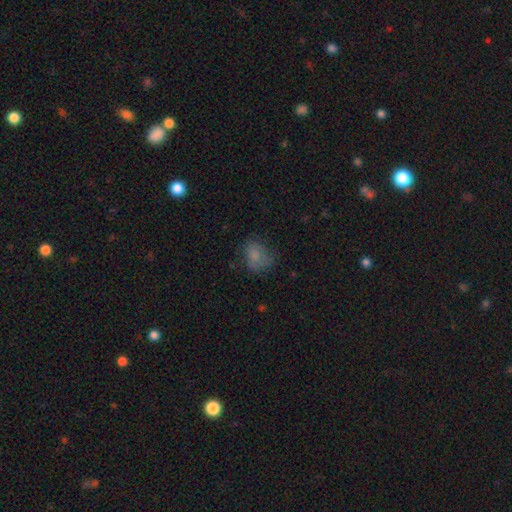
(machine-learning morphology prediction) smooth_or_featured: smooth (p=0.72) [alt: featured or disk p=0.15]
how_rounded: in between (p=0.53) [alt: round p=0.46]
merging: none (p=0.50) [alt: minor disturbance p=0.28]